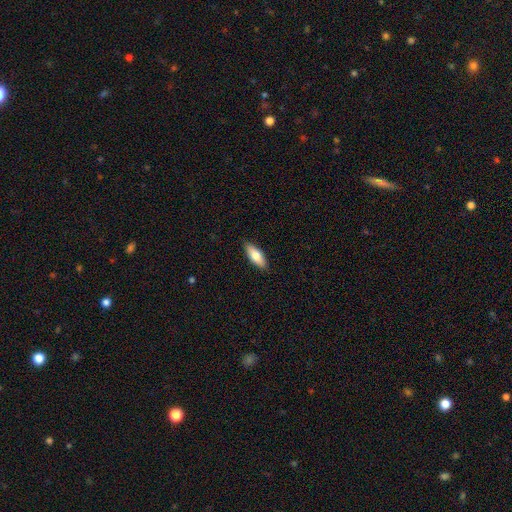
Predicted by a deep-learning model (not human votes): The model was most divided on "how rounded": in between: 72%, cigar-shaped: 26%, round: 2%. More confident: merging — none (88%); smooth or featured — smooth (75%).